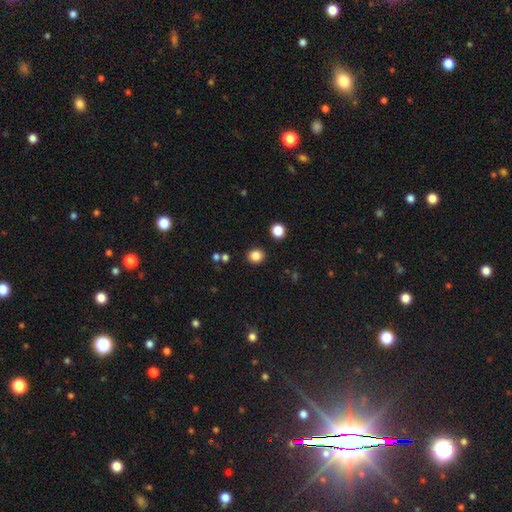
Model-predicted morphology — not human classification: The model was most divided on "how rounded": round: 82%, in between: 17%, cigar-shaped: 1%. More confident: merging — none (89%); smooth or featured — smooth (84%).